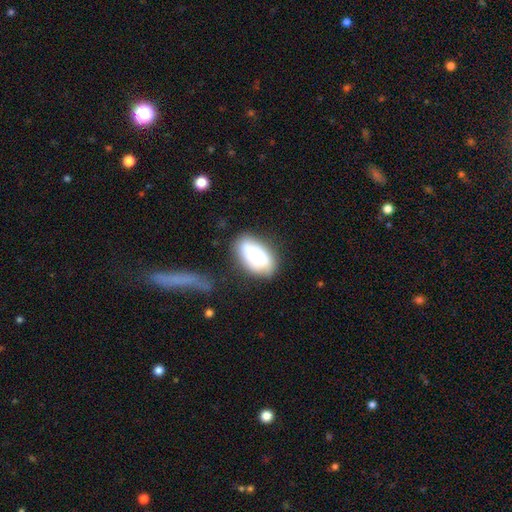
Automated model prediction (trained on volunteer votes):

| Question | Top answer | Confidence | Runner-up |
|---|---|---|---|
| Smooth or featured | smooth | 71% | featured or disk (21%) |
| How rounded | in between | 92% | round (6%) |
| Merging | none | 60% | minor disturbance (23%) |